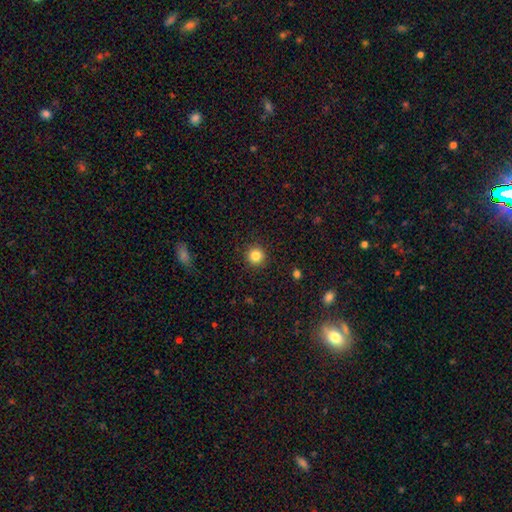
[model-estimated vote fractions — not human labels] smooth_or_featured: smooth (p=0.84) [alt: star or artifact p=0.11]
how_rounded: round (p=0.94) [alt: in between p=0.05]
merging: none (p=0.91) [alt: minor disturbance p=0.06]